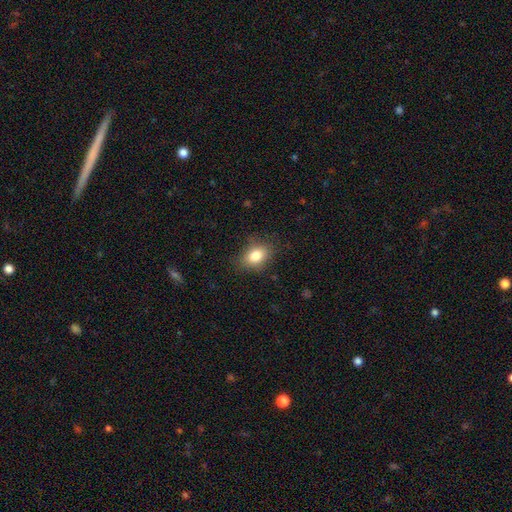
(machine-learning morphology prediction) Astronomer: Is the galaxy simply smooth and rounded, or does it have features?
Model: smooth — 82%.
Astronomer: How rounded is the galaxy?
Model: in between — 77%.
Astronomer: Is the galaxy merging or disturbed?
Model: none — 79%.